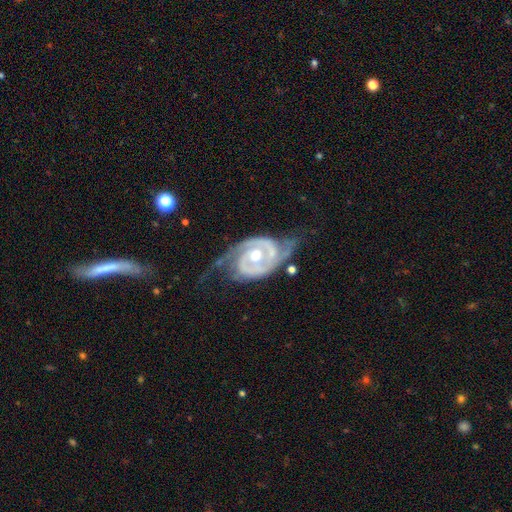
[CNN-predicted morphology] Smooth or featured? featured or disk (92%)
Edge-on disk? no (97%)
Bar? no (59%)
Spiral arms? yes (97%)
Spiral winding? tight (57%)
Spiral arm count? 2 (84%)
Bulge size? moderate (72%)
Merging? none (52%)